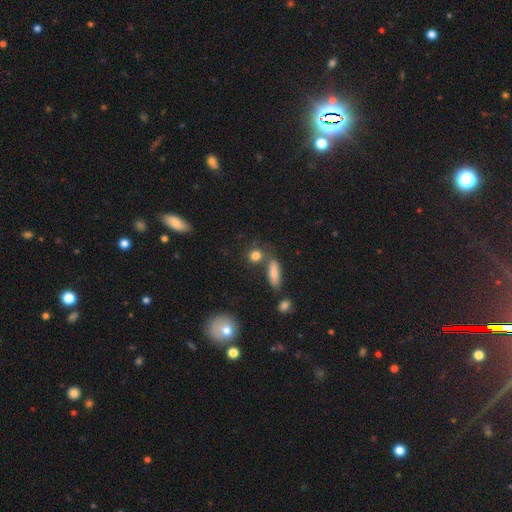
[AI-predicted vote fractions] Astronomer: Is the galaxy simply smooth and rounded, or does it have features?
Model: smooth — 81%.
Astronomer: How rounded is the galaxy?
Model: round — 62%.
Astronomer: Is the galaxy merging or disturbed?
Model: none — 66%.